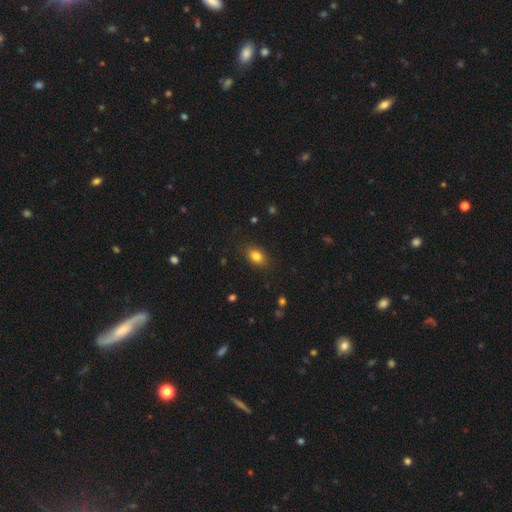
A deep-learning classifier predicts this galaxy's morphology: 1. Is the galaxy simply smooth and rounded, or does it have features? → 83% smooth, 10% star or artifact, 7% featured or disk.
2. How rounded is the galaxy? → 77% in between, 21% round, 2% cigar-shaped.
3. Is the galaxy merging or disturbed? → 84% none, 11% minor disturbance, 3% major disturbance, 1% merger.